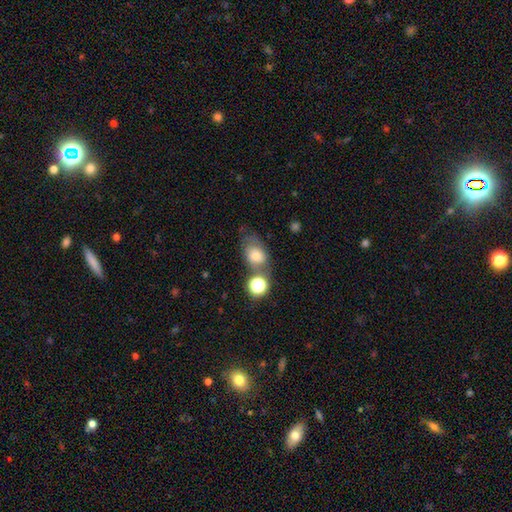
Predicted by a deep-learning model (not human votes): Q: Smooth or featured?
A: smooth (71%); runner-up: featured or disk (16%)
Q: How rounded?
A: in between (71%); runner-up: round (27%)
Q: Merging?
A: none (41%); runner-up: merger (25%)